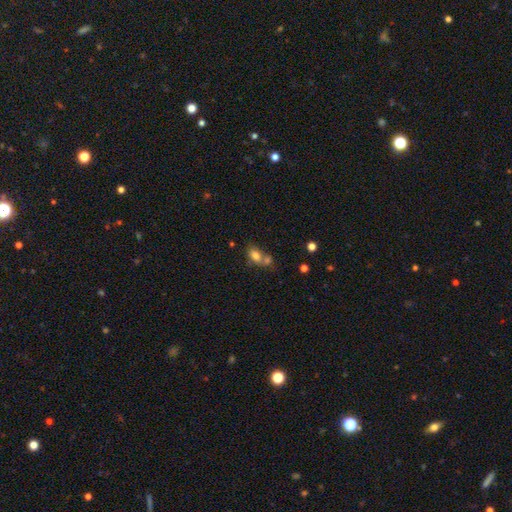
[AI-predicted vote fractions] Morphology: type=smooth (76%); roundness=in between (76%); merging=merger (51%).